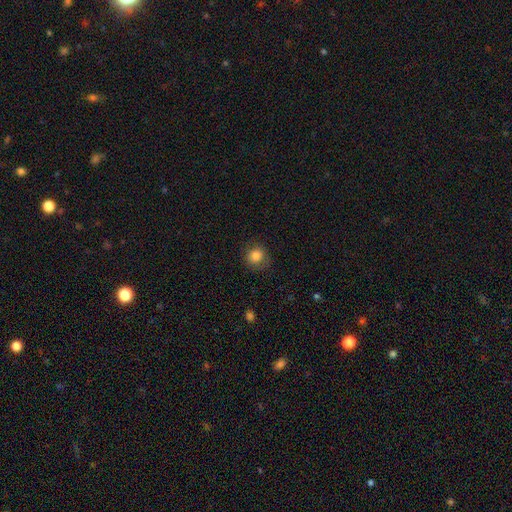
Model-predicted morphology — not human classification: The model was most divided on "merging": none: 79%, minor disturbance: 15%, major disturbance: 5%, merger: 1%. More confident: how rounded — round (87%); smooth or featured — smooth (82%).